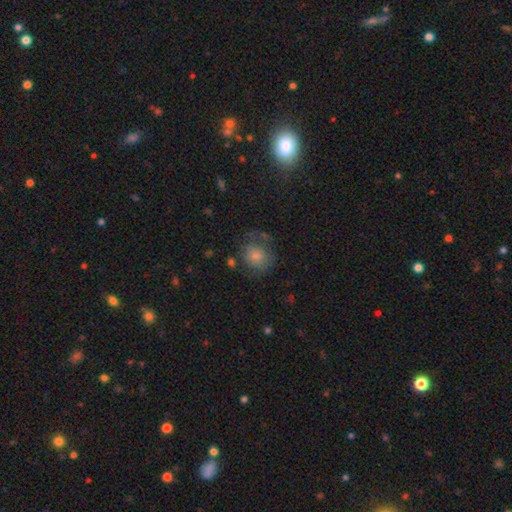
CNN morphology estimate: Q: Smooth or featured?
A: smooth (59%); runner-up: featured or disk (25%)
Q: How rounded?
A: round (81%); runner-up: in between (18%)
Q: Merging?
A: none (61%); runner-up: minor disturbance (20%)